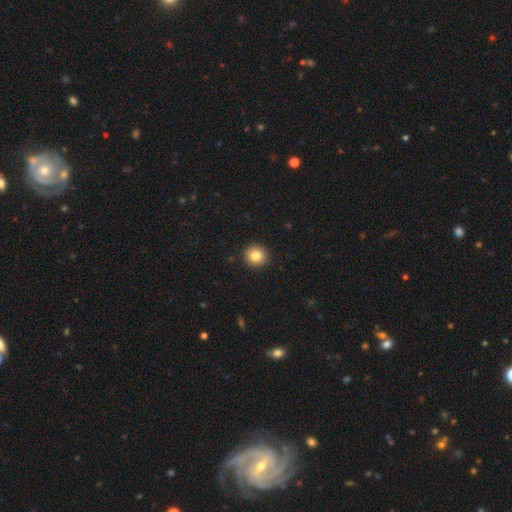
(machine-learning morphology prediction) smooth_or_featured: smooth (p=0.83) [alt: star or artifact p=0.10]
how_rounded: round (p=0.91) [alt: in between p=0.08]
merging: none (p=0.93) [alt: minor disturbance p=0.05]